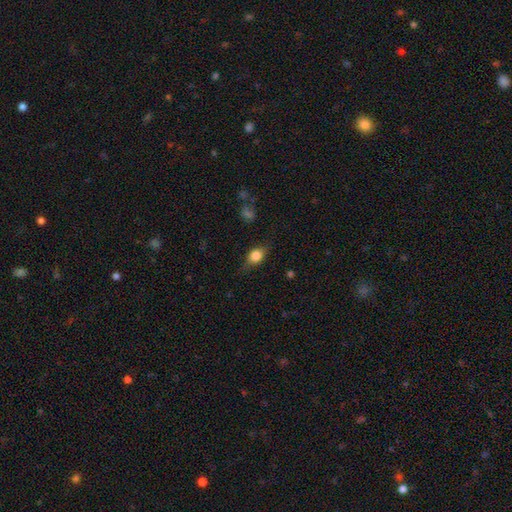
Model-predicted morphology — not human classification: This is likely a smooth galaxy (76%). How rounded: likely in between (62%). Merging: likely none (72%).